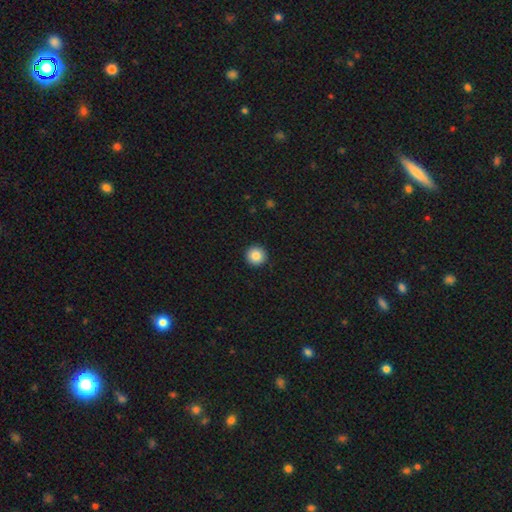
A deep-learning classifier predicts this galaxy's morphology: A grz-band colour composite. It shows a smooth galaxy with no disk features (86%) that is round (96%). Merging: none (93%).